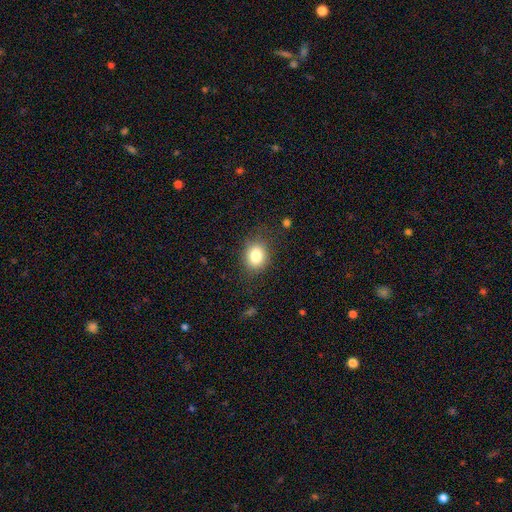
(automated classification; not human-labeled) Smooth or featured? smooth (82%)
How rounded? round (56%)
Merging? none (80%)